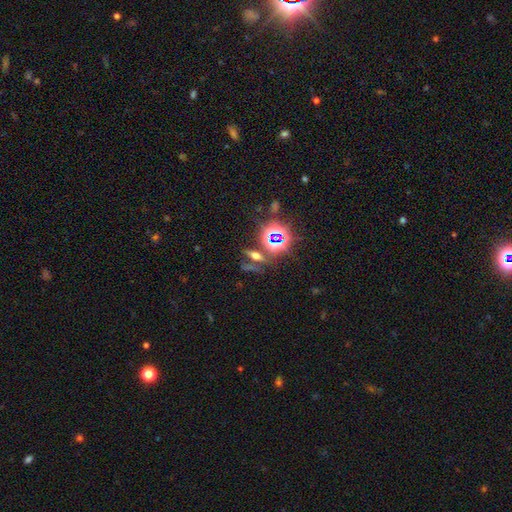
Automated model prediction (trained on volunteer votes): smooth_or_featured: star or artifact (p=0.43) [alt: featured or disk p=0.29]